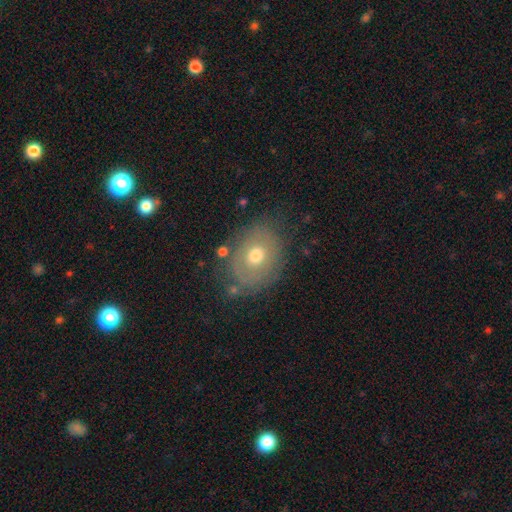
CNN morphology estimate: Smooth or featured?
  - smooth: 51% *
  - featured or disk: 39%
  - star or artifact: 9%
How rounded?
  - in between: 58% *
  - round: 41%
  - cigar-shaped: 1%
Merging?
  - none: 71% *
  - minor disturbance: 18%
  - major disturbance: 8%
  - merger: 3%